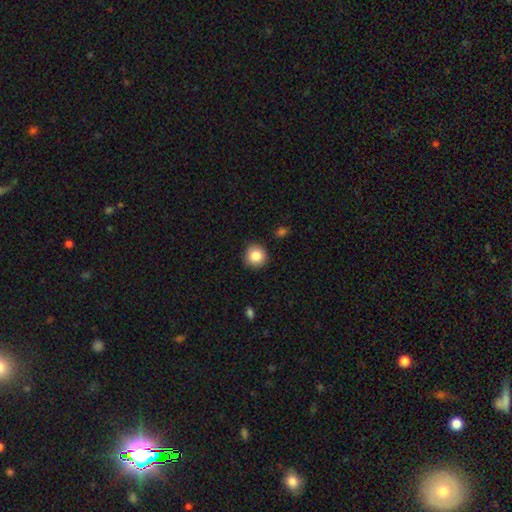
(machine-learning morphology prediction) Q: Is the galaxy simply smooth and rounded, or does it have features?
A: smooth — 85%.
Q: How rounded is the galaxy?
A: round — 92%.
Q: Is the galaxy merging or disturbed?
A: none — 89%.